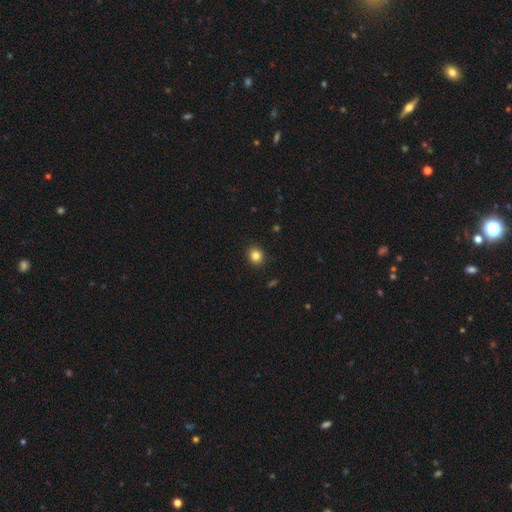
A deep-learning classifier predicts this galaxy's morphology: The model was most divided on "how rounded": round: 74%, in between: 25%, cigar-shaped: 1%. More confident: merging — none (91%); smooth or featured — smooth (84%).